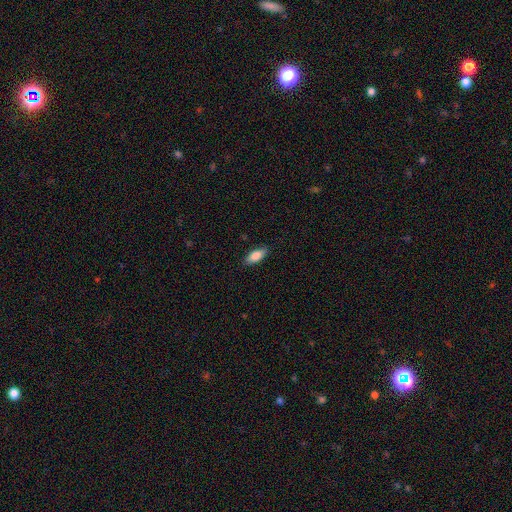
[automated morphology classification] Smooth or featured? smooth (83%)
How rounded? in between (81%)
Merging? none (87%)